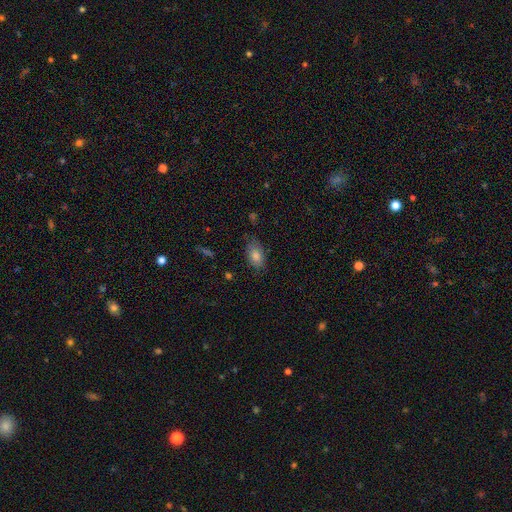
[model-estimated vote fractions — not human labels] smooth-or-featured: smooth: 79% | featured or disk: 11% | star or artifact: 10%
  how-rounded: in between: 89% | round: 8% | cigar-shaped: 3%
  merging: none: 75% | minor disturbance: 19% | major disturbance: 4% | merger: 2%